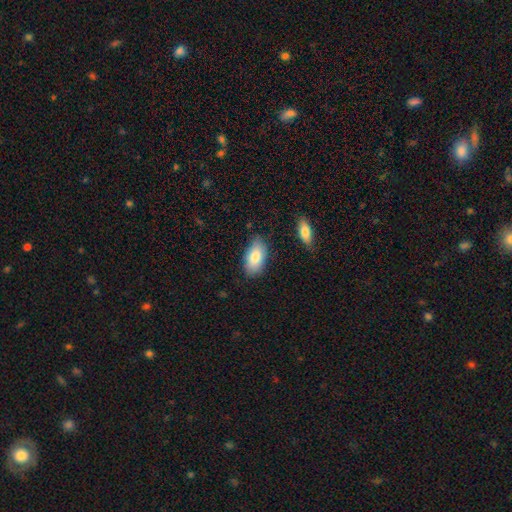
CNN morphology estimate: smooth-or-featured: smooth: 82% | featured or disk: 12% | star or artifact: 7%
  how-rounded: in between: 93% | round: 4% | cigar-shaped: 3%
  merging: none: 77% | minor disturbance: 17% | major disturbance: 3% | merger: 3%